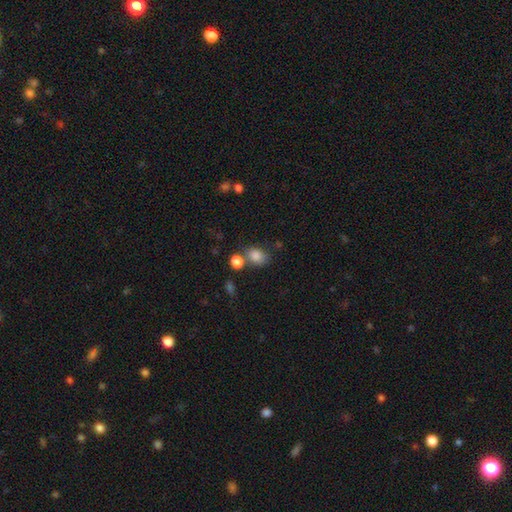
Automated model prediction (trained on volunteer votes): Morphology: type=smooth (83%); roundness=in between (62%); merging=none (58%).